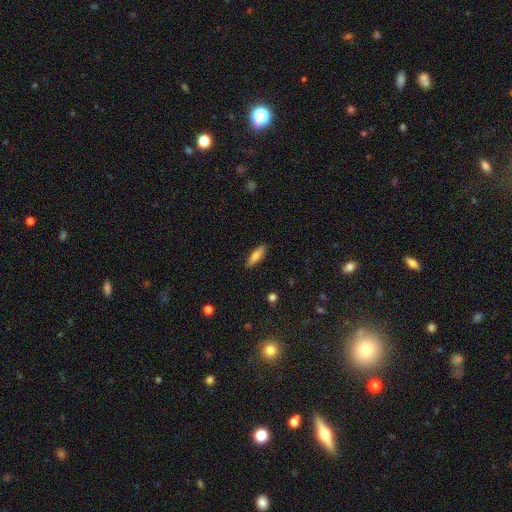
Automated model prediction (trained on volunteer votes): A smooth galaxy with no disk features (71%) that is cigar-shaped (56%).

Vote fractions:
- Smooth or featured? smooth: 71% / featured or disk: 22% / star or artifact: 7%
- How rounded? cigar-shaped: 56% / in between: 41% / round: 2%
- Merging? none: 88% / minor disturbance: 9% / major disturbance: 2% / merger: 1%